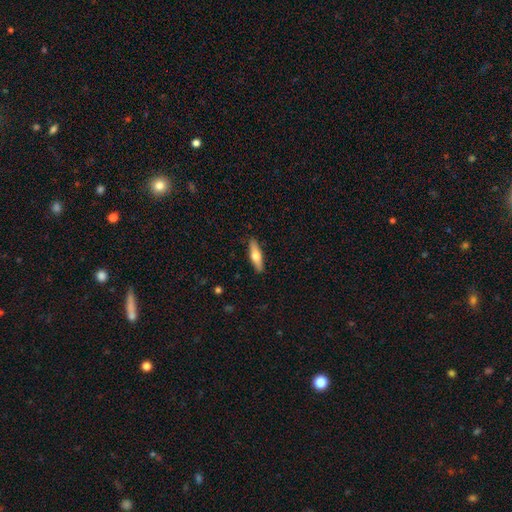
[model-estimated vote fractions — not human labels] A smooth galaxy with no disk features (57%) that is cigar-shaped (64%).

Vote fractions:
- Smooth or featured? smooth: 57% / featured or disk: 38% / star or artifact: 5%
- How rounded? cigar-shaped: 64% / in between: 34% / round: 2%
- Merging? none: 89% / minor disturbance: 8% / major disturbance: 2% / merger: 1%